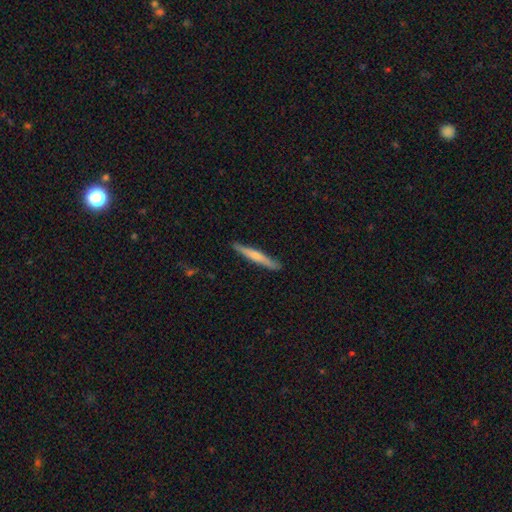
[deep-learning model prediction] smooth_or_featured: smooth (p=0.57) [alt: featured or disk p=0.38]
how_rounded: cigar-shaped (p=0.95) [alt: in between p=0.03]
merging: none (p=0.89) [alt: minor disturbance p=0.08]